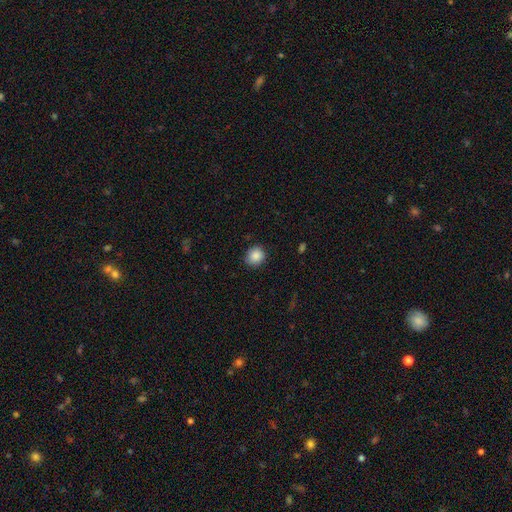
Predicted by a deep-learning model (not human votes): smooth 87%, star or artifact 9%, featured or disk 4%. Down the decision tree: how rounded — round (83%); merging — none (84%).